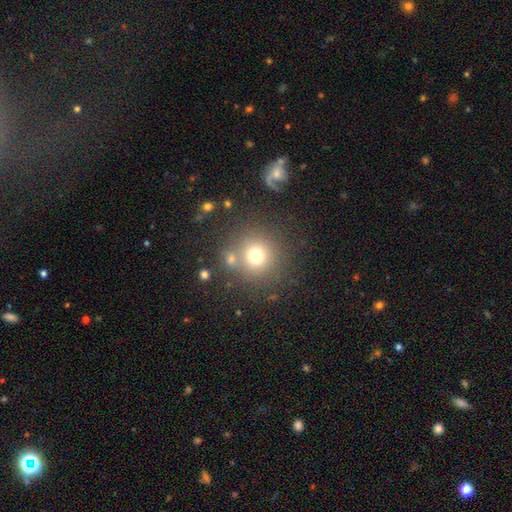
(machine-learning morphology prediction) Smooth or featured? smooth (71%)
How rounded? round (92%)
Merging? none (75%)